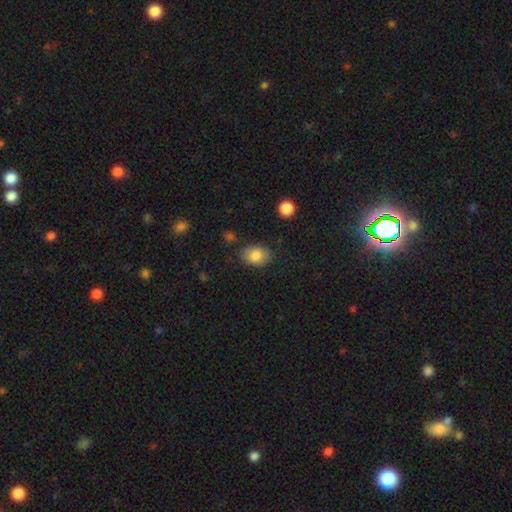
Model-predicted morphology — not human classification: A smooth galaxy with no disk features (83%) that is in between round and cigar-shaped (77%).

Vote fractions:
- Smooth or featured? smooth: 83% / featured or disk: 9% / star or artifact: 8%
- How rounded? in between: 77% / round: 22% / cigar-shaped: 1%
- Merging? none: 81% / minor disturbance: 14% / major disturbance: 3% / merger: 2%